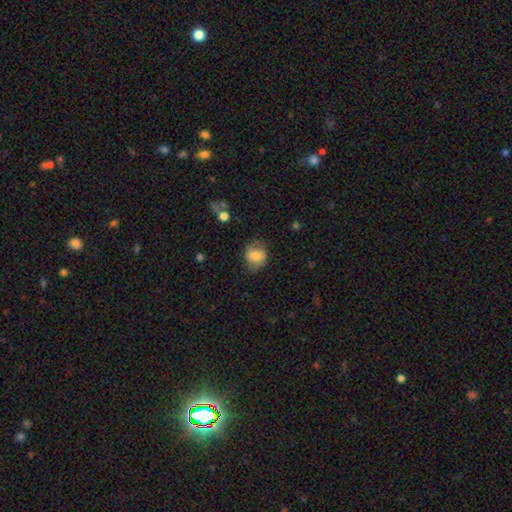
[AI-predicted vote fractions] This is likely a smooth galaxy (69%). How rounded: likely round (65%). Merging: likely none (63%).